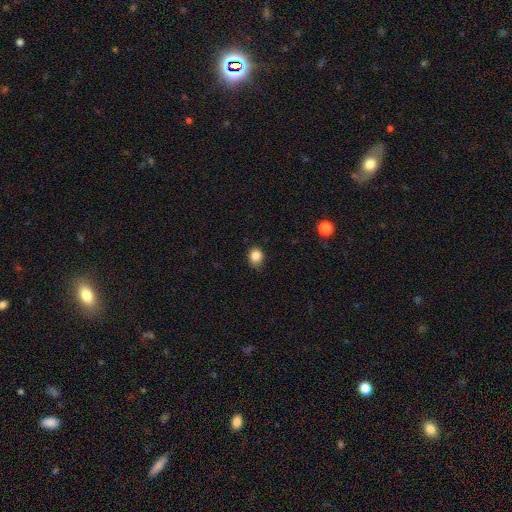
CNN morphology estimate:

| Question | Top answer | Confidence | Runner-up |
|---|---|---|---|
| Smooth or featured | smooth | 85% | star or artifact (11%) |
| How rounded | round | 65% | in between (34%) |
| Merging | none | 72% | minor disturbance (23%) |